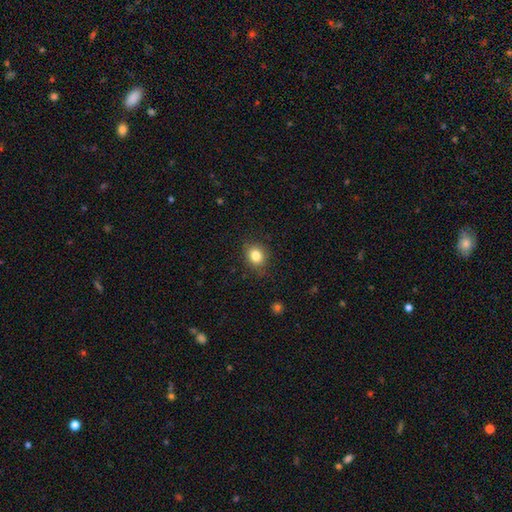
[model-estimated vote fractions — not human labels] Smooth or featured? Predicted: smooth (p=0.82). How rounded? Predicted: round (p=0.63). Merging? Predicted: none (p=0.82).